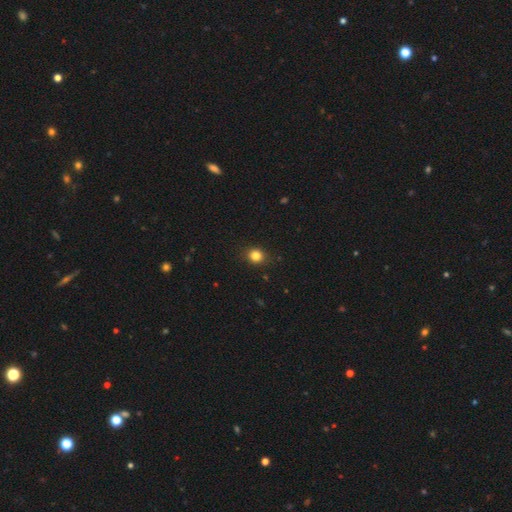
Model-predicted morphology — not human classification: smooth 83%, star or artifact 12%, featured or disk 5%. Down the decision tree: how rounded — round (75%); merging — none (88%).